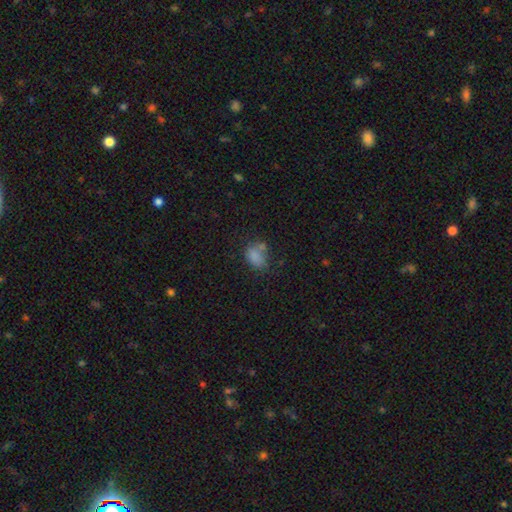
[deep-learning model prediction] A smooth galaxy with no disk features (76%) that is in between round and cigar-shaped (73%). Merging: none (48%).